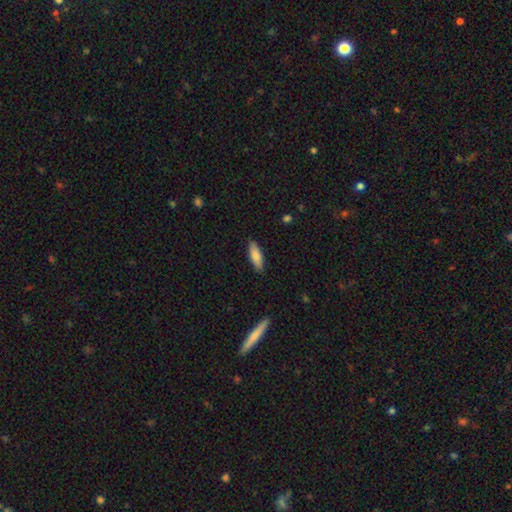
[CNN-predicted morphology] Smooth or featured? Predicted: smooth (p=0.82). How rounded? Predicted: in between (p=0.59). Merging? Predicted: none (p=0.87).